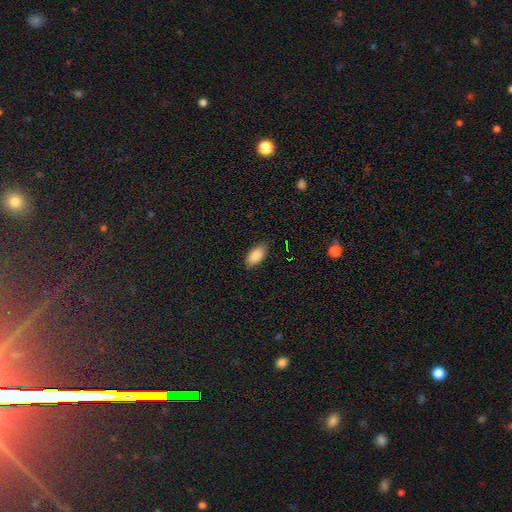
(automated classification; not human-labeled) Smooth or featured: smooth — 88% (star or artifact — 7%)
How rounded: in between — 92% (cigar-shaped — 6%)
Merging: none — 85% (minor disturbance — 12%)